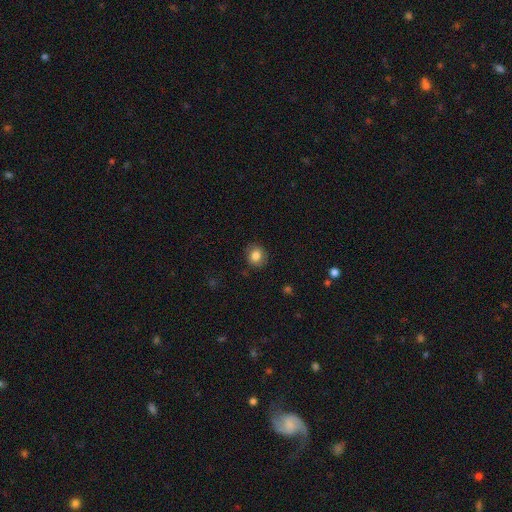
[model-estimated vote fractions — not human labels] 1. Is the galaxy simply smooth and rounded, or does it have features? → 83% smooth, 9% star or artifact, 8% featured or disk.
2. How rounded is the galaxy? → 76% round, 23% in between, 1% cigar-shaped.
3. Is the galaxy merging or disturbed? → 85% none, 11% minor disturbance, 3% major disturbance, 1% merger.